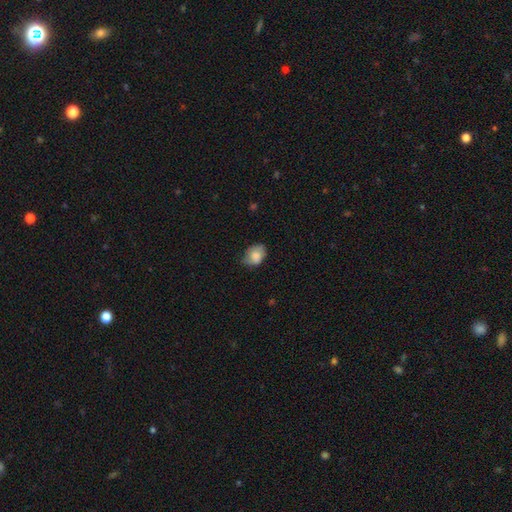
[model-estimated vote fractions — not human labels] smooth 78%, featured or disk 14%, star or artifact 8%. Down the decision tree: how rounded — in between (69%); merging — none (59%).